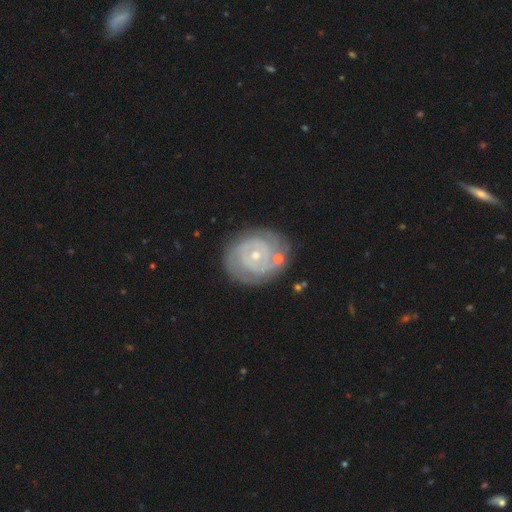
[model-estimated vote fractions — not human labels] Smooth or featured?
  - featured or disk: 84% *
  - smooth: 11%
  - star or artifact: 5%
Edge-on disk?
  - no: 98% *
  - yes: 2%
Bar?
  - no: 71% *
  - weak: 23%
  - strong: 6%
Spiral arms?
  - yes: 92% *
  - no: 8%
Spiral winding?
  - tight: 79% *
  - medium: 17%
  - loose: 4%
Spiral arm count?
  - 2: 50% *
  - can't tell: 24%
  - 3: 14%
  - 4: 5%
  - 1: 4%
  - more than 4: 4%
Bulge size?
  - small: 63% *
  - moderate: 34%
  - large: 1%
  - none: 1%
  - dominant: 1%
Merging?
  - none: 77% *
  - minor disturbance: 14%
  - major disturbance: 5%
  - merger: 3%